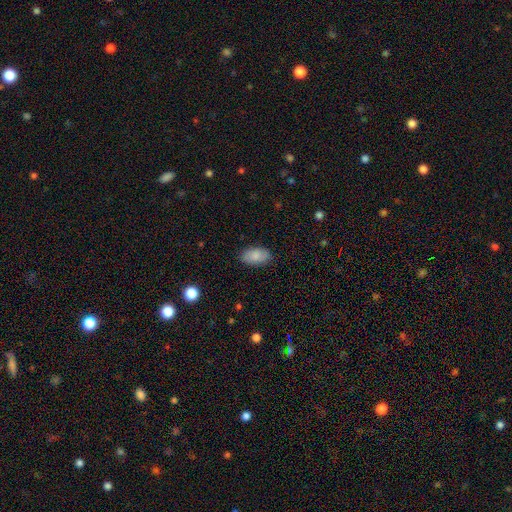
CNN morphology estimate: Smooth or featured?
  - smooth: 84% *
  - featured or disk: 9%
  - star or artifact: 7%
How rounded?
  - in between: 94% *
  - round: 4%
  - cigar-shaped: 2%
Merging?
  - none: 85% *
  - minor disturbance: 11%
  - major disturbance: 3%
  - merger: 1%